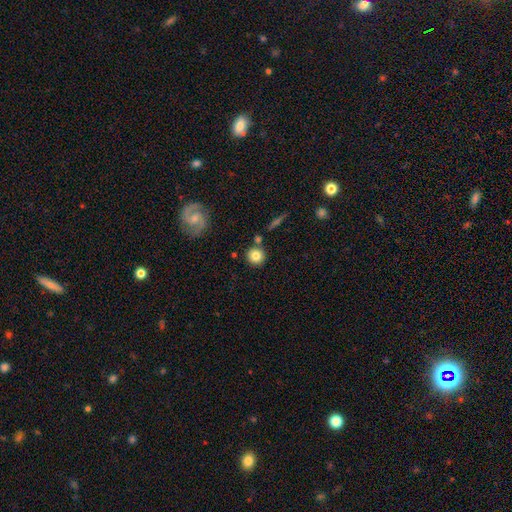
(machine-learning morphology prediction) smooth_or_featured: smooth (p=0.79) [alt: featured or disk p=0.12]
how_rounded: round (p=0.93) [alt: in between p=0.06]
merging: none (p=0.80) [alt: merger p=0.09]